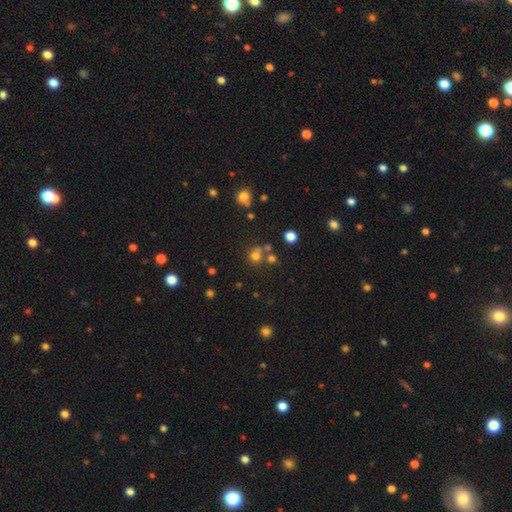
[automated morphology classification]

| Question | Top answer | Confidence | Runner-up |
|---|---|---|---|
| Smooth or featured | smooth | 68% | star or artifact (22%) |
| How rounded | round | 85% | in between (14%) |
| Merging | none | 58% | merger (28%) |